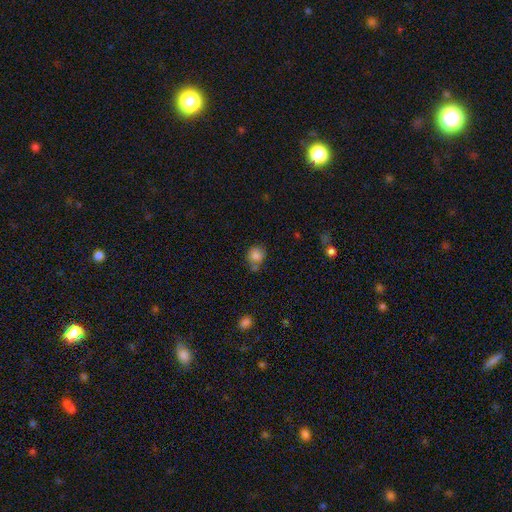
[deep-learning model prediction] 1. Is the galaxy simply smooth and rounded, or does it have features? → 83% smooth, 10% star or artifact, 7% featured or disk.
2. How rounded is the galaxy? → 87% round, 12% in between, 1% cigar-shaped.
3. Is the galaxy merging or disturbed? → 66% none, 16% minor disturbance, 14% merger, 4% major disturbance.